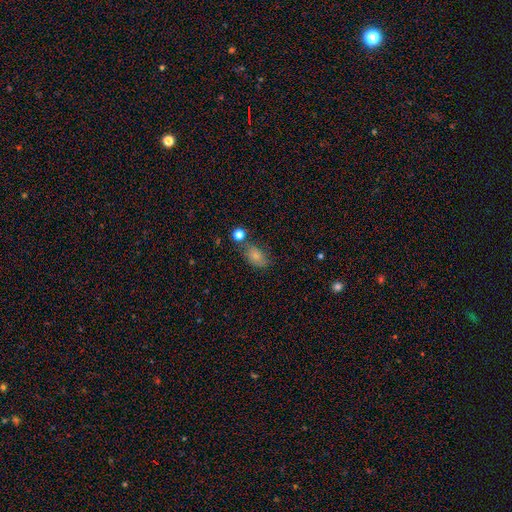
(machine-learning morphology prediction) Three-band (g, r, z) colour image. It shows a smooth galaxy with no disk features (76%) that is in between round and cigar-shaped (83%). Merging: none (60%).